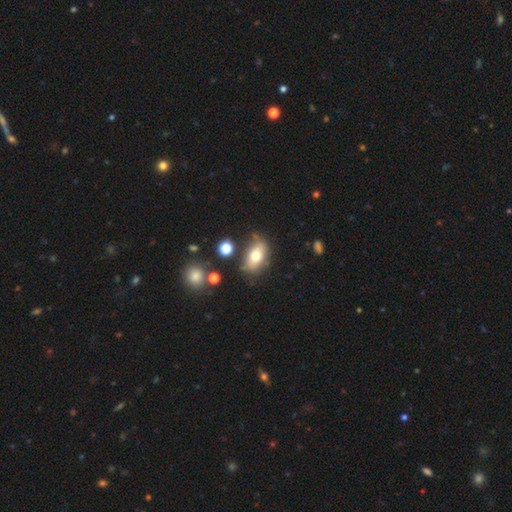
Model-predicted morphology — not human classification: smooth-or-featured: smooth: 70% | featured or disk: 20% | star or artifact: 9%
  how-rounded: in between: 87% | round: 10% | cigar-shaped: 4%
  merging: none: 67% | minor disturbance: 21% | merger: 7% | major disturbance: 6%